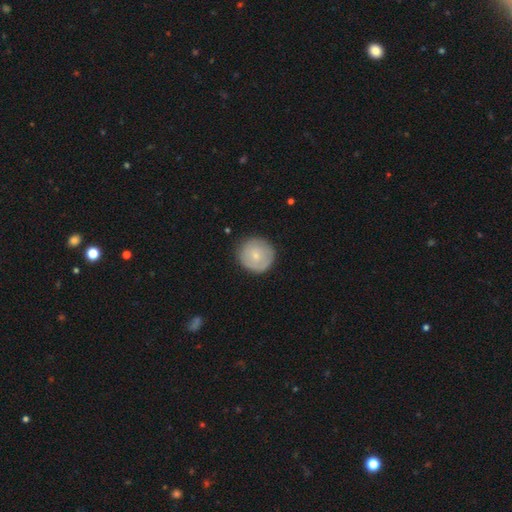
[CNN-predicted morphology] Overall: smooth (65%; featured or disk 29%). How rounded: round (94%). Merging: none (85%).